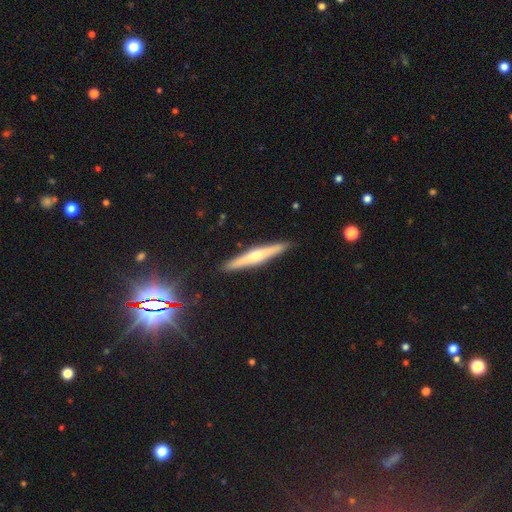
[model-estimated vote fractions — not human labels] A featured or disk galaxy (60%) viewed edge-on (95%) with a rounded central bulge (80%). Merging: none (88%).